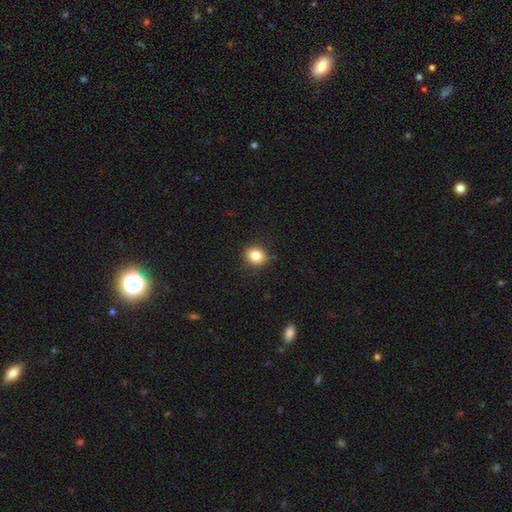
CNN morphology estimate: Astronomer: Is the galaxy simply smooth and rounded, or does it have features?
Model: smooth — 84%.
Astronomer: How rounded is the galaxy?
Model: round — 67%.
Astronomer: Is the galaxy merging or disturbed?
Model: none — 89%.